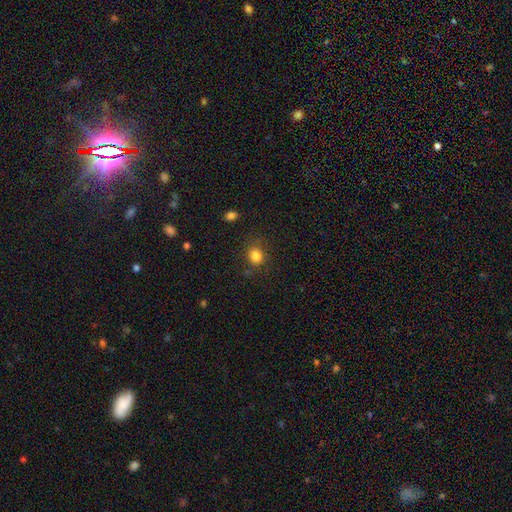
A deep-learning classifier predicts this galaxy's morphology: A smooth galaxy with no disk features (83%) that is round (67%). Merging: none (78%).